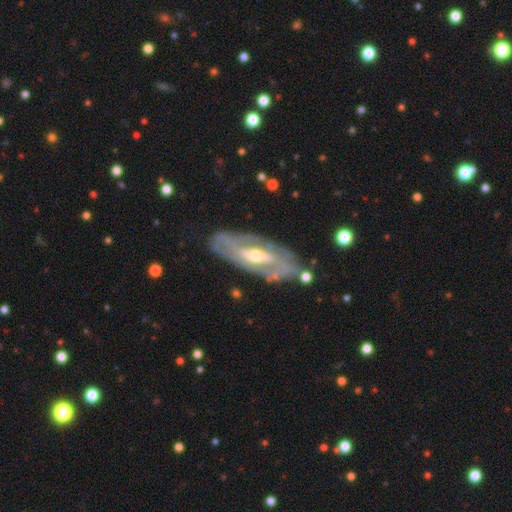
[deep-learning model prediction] featured or disk 83%, smooth 13%, star or artifact 5%. Down the decision tree: edge-on disk — no (86%); bar — weak (36%); spiral arms — yes (78%); spiral arm count — 2 (53%); spiral winding — tight (53%); bulge size — moderate (59%); merging — none (77%).